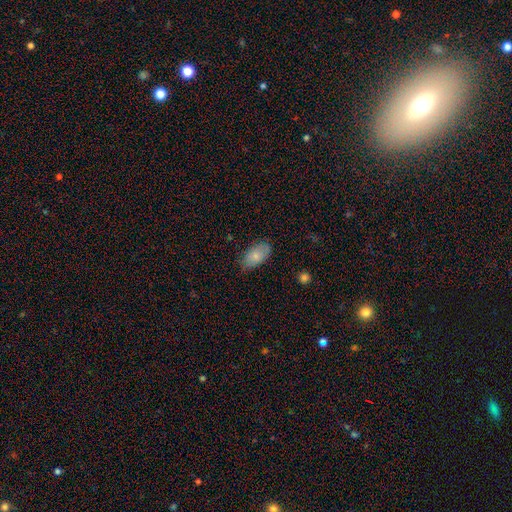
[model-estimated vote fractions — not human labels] This is likely a smooth galaxy (79%). How rounded: clearly in between (94%). Merging: likely none (74%).